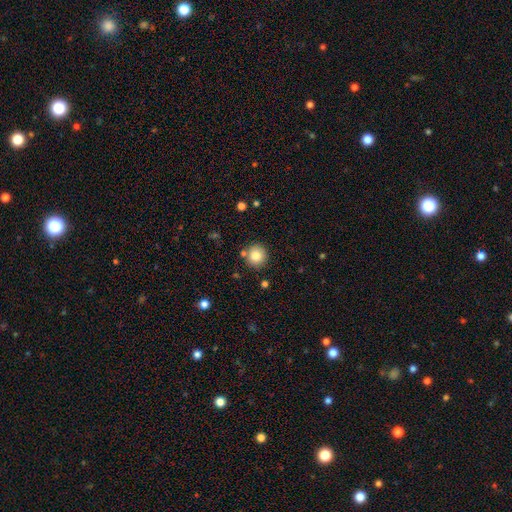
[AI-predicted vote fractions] Morphology: type=smooth (82%); roundness=round (93%); merging=none (83%).